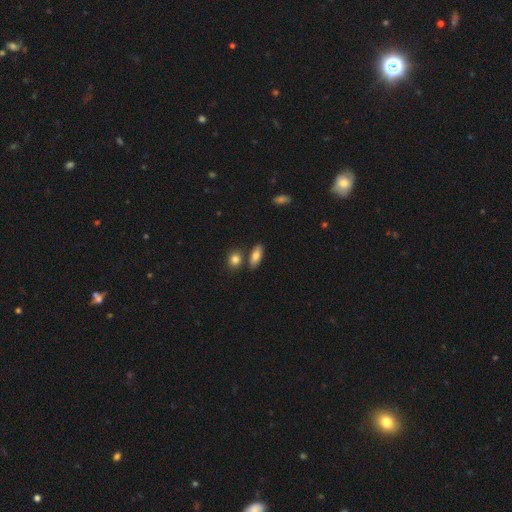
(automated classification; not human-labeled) Smooth or featured? smooth (78%)
How rounded? in between (75%)
Merging? none (75%)